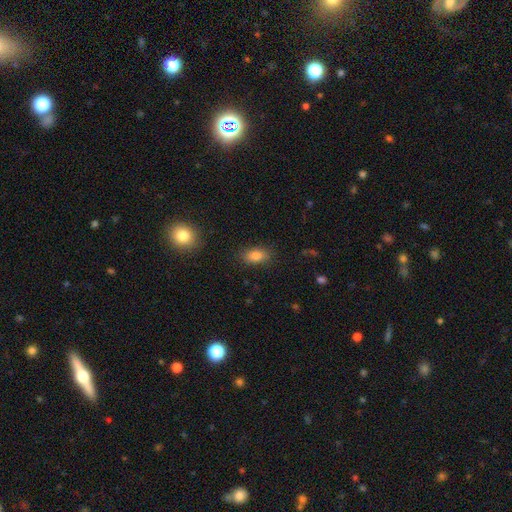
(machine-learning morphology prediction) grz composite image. It shows a smooth galaxy with no disk features (83%) that is in between round and cigar-shaped (87%). Merging: none (86%).